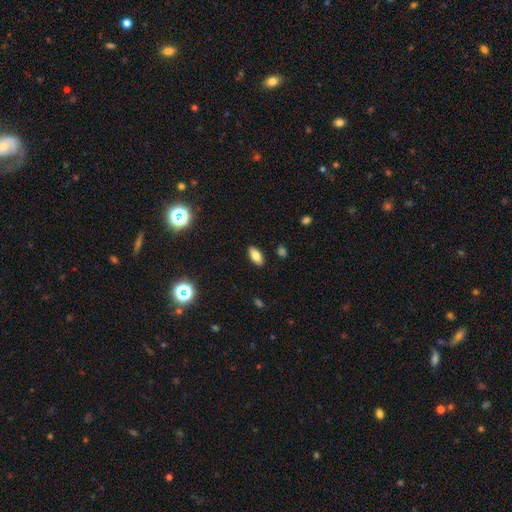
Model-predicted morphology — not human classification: smooth-or-featured: smooth: 77% | featured or disk: 13% | star or artifact: 9%
  how-rounded: in between: 88% | cigar-shaped: 9% | round: 3%
  merging: none: 89% | minor disturbance: 8% | major disturbance: 2% | merger: 1%